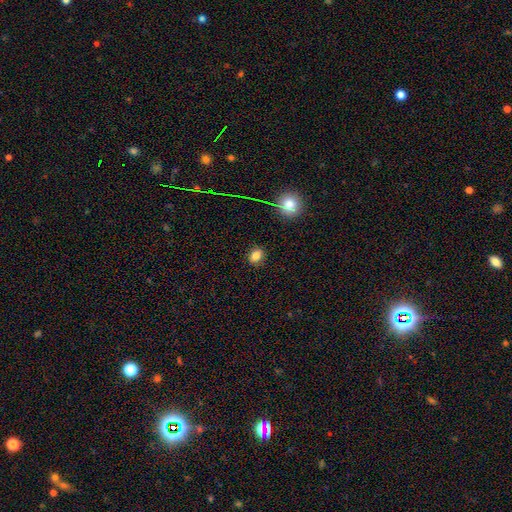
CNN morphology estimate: Smooth or featured? Predicted: smooth (p=0.80). How rounded? Predicted: in between (p=0.53). Merging? Predicted: none (p=0.88).